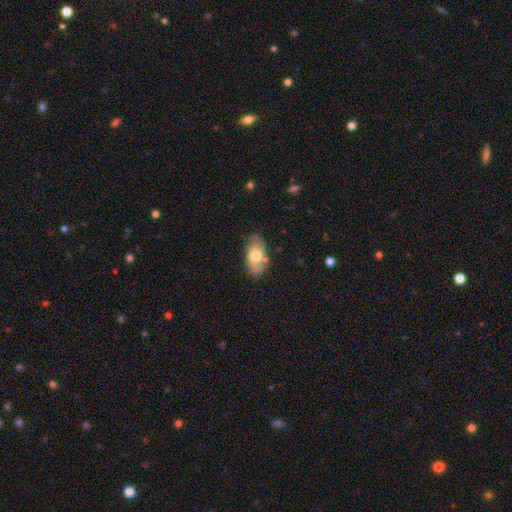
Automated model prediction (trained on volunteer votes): The model was most divided on "smooth or featured": smooth: 65%, featured or disk: 28%, star or artifact: 7%. More confident: how rounded — in between (91%); merging — none (71%).